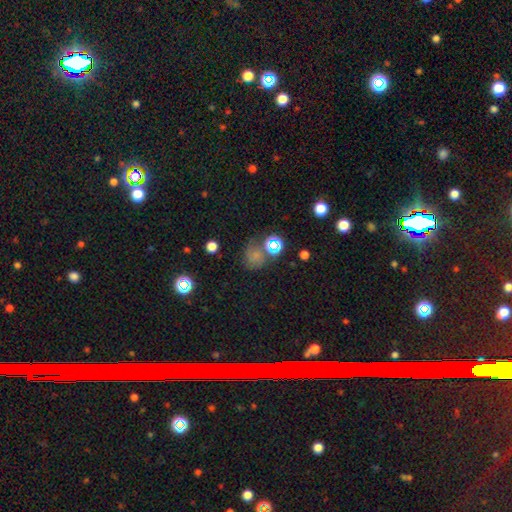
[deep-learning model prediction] Smooth or featured? smooth (56%)
How rounded? round (74%)
Merging? none (53%)